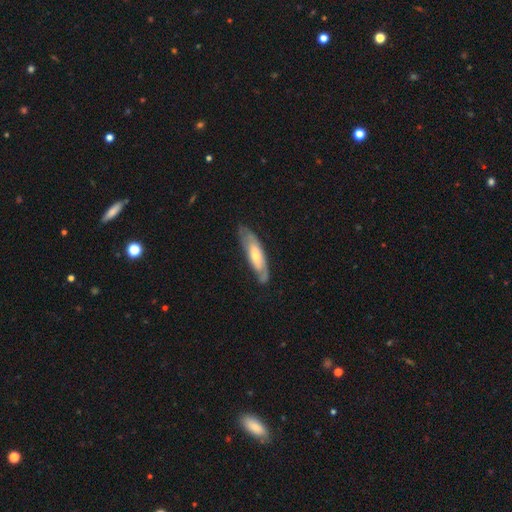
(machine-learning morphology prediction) Overall: featured or disk (56%; smooth 39%). Edge-on disk: no (68%; yes 32%). Merging: none (68%).